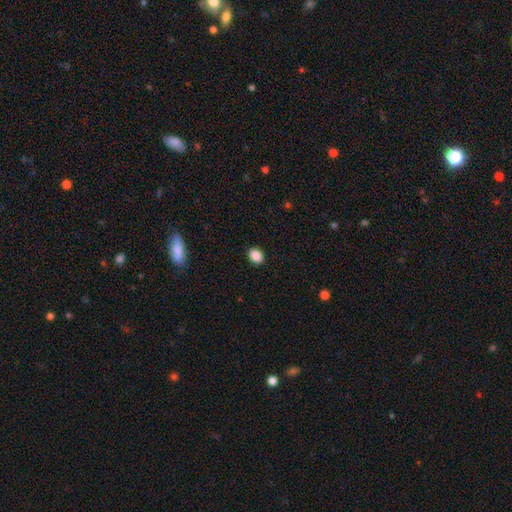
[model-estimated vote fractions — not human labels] This appears to be a smooth galaxy with no disk features (88%) that is in between round and cigar-shaped (60%). Merging: none (90%).